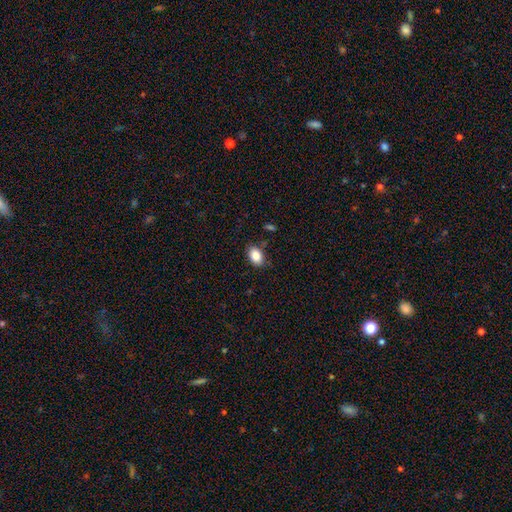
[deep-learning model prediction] The model was most divided on "merging": none: 82%, minor disturbance: 13%, major disturbance: 3%, merger: 2%. More confident: smooth or featured — smooth (87%); how rounded — in between (84%).